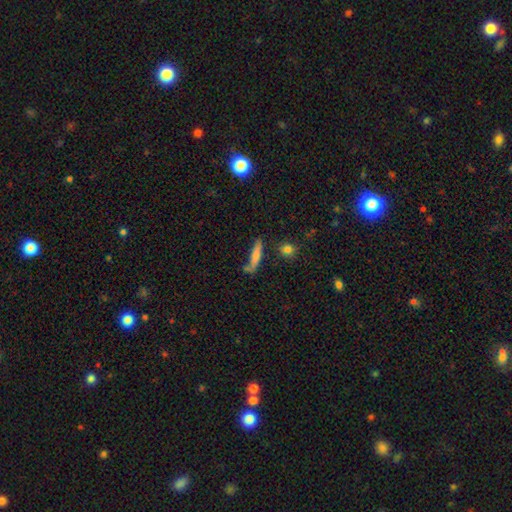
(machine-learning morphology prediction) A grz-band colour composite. It shows a smooth galaxy with no disk features (70%) that is cigar-shaped (81%). Merging: none (59%).